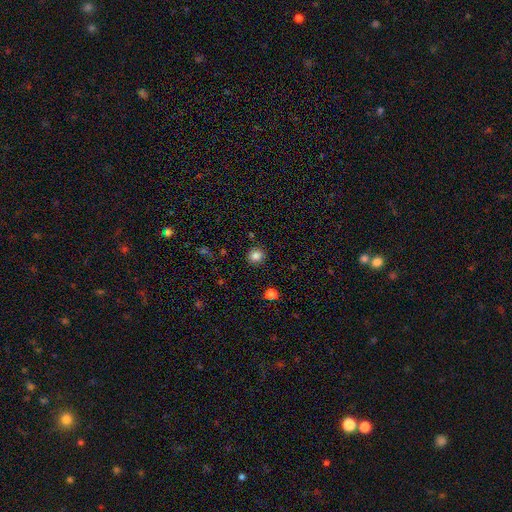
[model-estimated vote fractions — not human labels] Smooth or featured? smooth (84%)
How rounded? round (85%)
Merging? none (89%)